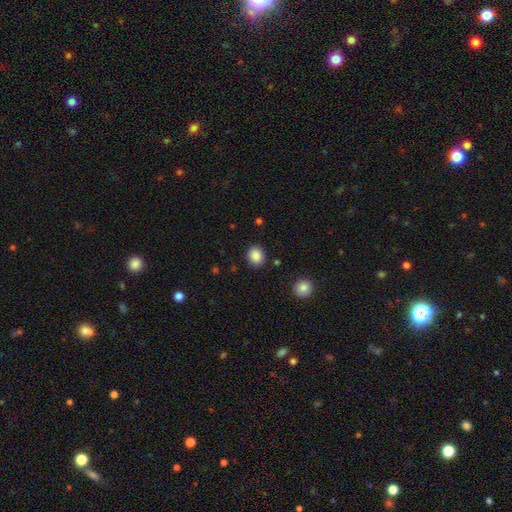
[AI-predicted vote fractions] A smooth galaxy with no disk features (88%) that is round (69%).

Vote fractions:
- Smooth or featured? smooth: 88% / star or artifact: 9% / featured or disk: 3%
- How rounded? round: 69% / in between: 30% / cigar-shaped: 1%
- Merging? none: 89% / minor disturbance: 7% / major disturbance: 2% / merger: 2%